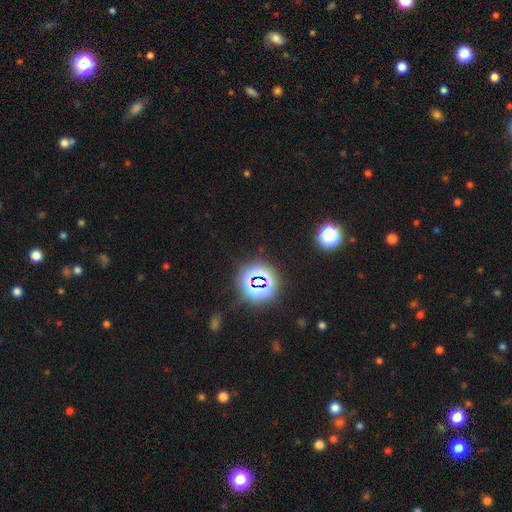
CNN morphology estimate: A star or artifact, not a galaxy (81%).

Vote fractions:
- Smooth or featured? star or artifact: 81% / smooth: 13% / featured or disk: 7%